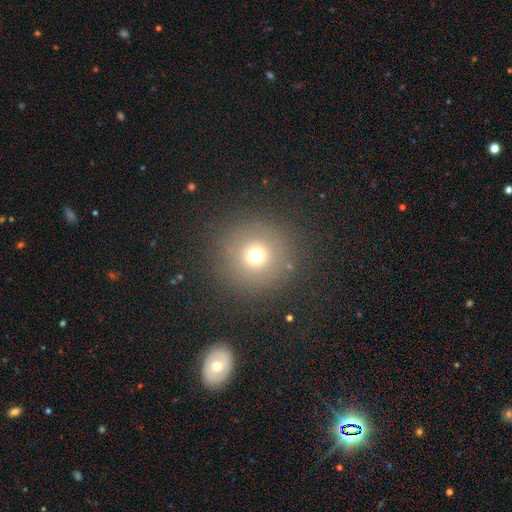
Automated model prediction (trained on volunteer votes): Smooth or featured? smooth (69%)
How rounded? round (95%)
Merging? none (88%)